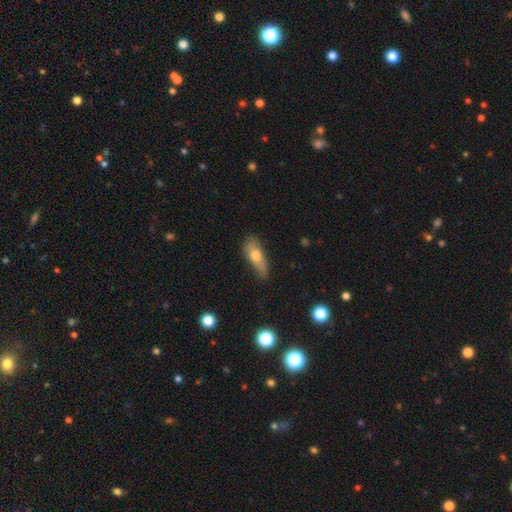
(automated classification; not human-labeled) A smooth galaxy with no disk features (61%) that is in between round and cigar-shaped (63%). Merging: none (60%).